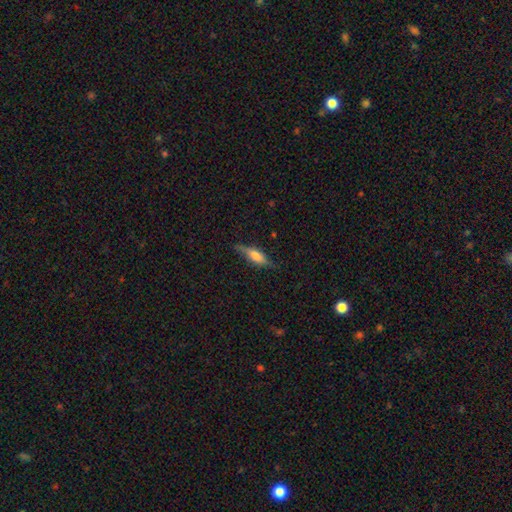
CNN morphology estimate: A smooth galaxy with no disk features (56%) that is cigar-shaped (54%). Merging: none (72%).